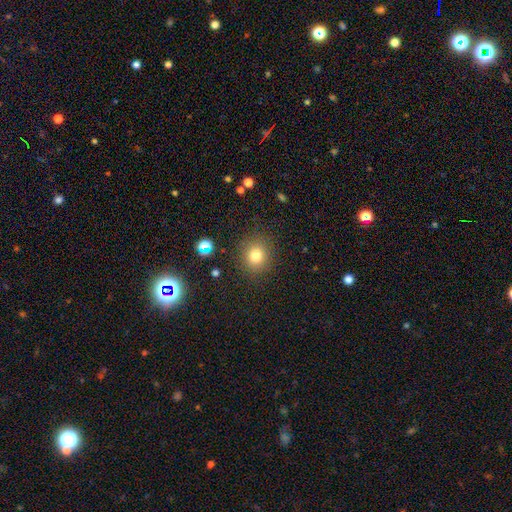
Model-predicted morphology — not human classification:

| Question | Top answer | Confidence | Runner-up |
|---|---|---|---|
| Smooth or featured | smooth | 78% | star or artifact (14%) |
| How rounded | round | 82% | in between (17%) |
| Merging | none | 86% | minor disturbance (8%) |